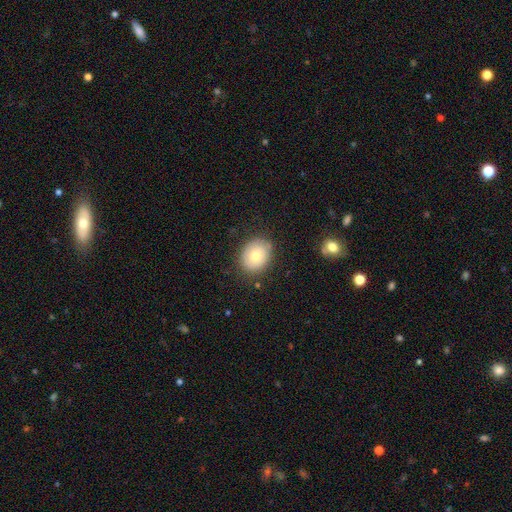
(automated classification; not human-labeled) A smooth galaxy with no disk features (74%) that is round (53%). Merging: none (82%).